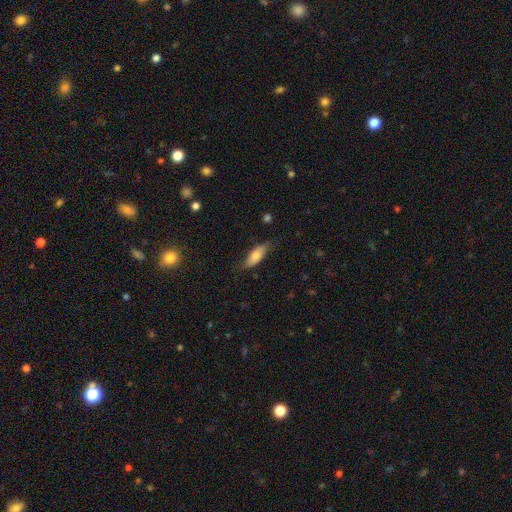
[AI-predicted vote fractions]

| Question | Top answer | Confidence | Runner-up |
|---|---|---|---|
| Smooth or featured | smooth | 73% | featured or disk (21%) |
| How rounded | in between | 73% | cigar-shaped (25%) |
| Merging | none | 67% | minor disturbance (25%) |